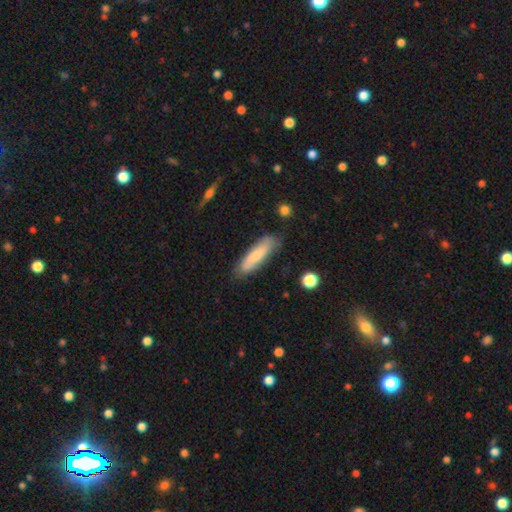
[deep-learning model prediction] Smooth or featured: smooth — 67% (featured or disk — 27%)
How rounded: cigar-shaped — 68% (in between — 30%)
Merging: none — 78% (minor disturbance — 16%)